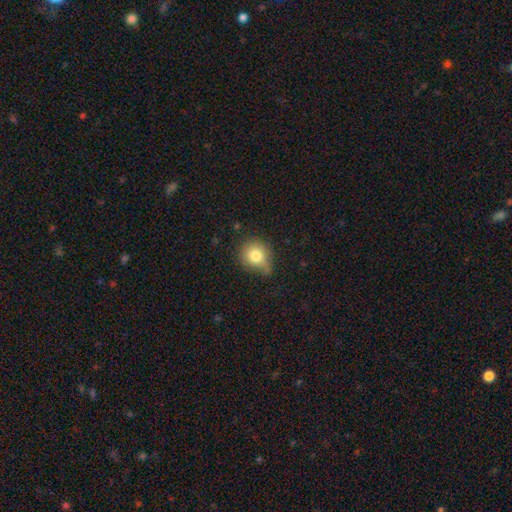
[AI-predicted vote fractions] Q: Smooth or featured?
A: smooth (80%); runner-up: star or artifact (10%)
Q: How rounded?
A: round (78%); runner-up: in between (21%)
Q: Merging?
A: none (61%); runner-up: minor disturbance (29%)